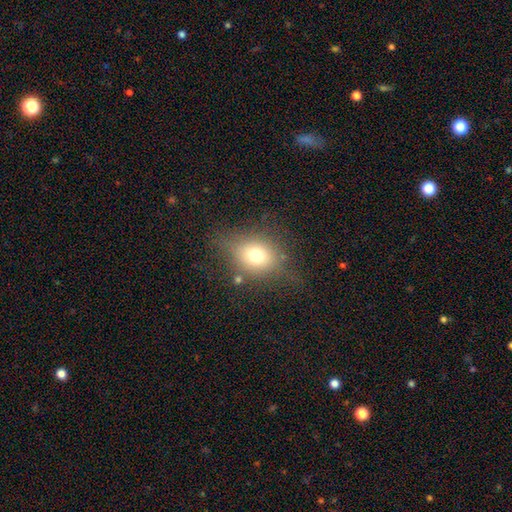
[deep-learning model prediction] The model was most divided on "how rounded": round: 53%, in between: 45%, cigar-shaped: 2%. More confident: smooth or featured — smooth (66%); merging — none (65%).